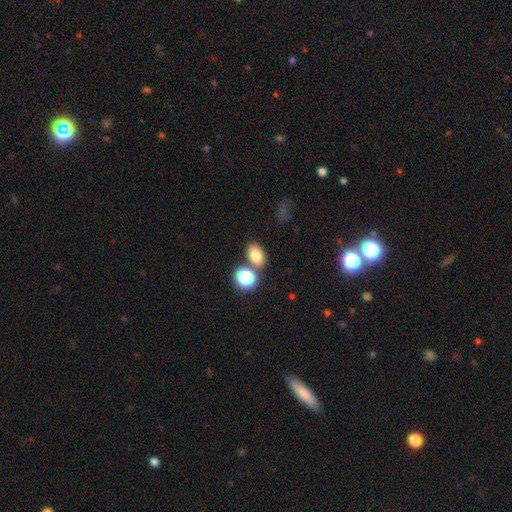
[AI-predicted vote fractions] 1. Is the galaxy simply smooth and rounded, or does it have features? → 77% smooth, 14% star or artifact, 9% featured or disk.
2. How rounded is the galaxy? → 73% in between, 25% round, 1% cigar-shaped.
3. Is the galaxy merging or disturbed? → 71% none, 16% merger, 10% minor disturbance, 3% major disturbance.